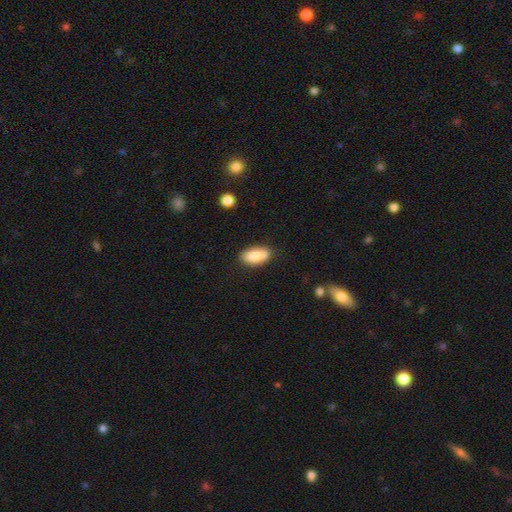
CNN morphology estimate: A smooth galaxy with no disk features (77%) that is in between round and cigar-shaped (90%).

Vote fractions:
- Smooth or featured? smooth: 77% / featured or disk: 16% / star or artifact: 7%
- How rounded? in between: 90% / cigar-shaped: 5% / round: 5%
- Merging? none: 62% / minor disturbance: 19% / merger: 14% / major disturbance: 4%